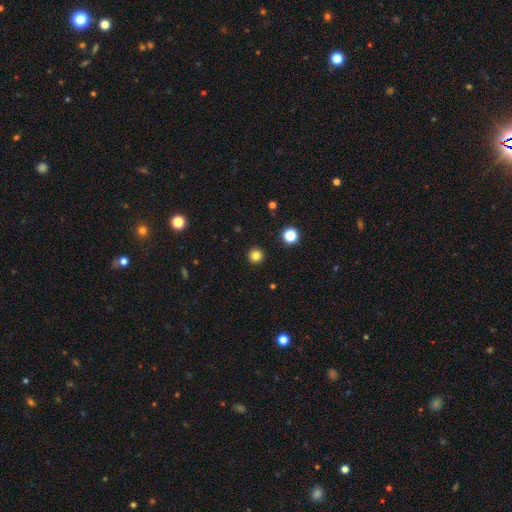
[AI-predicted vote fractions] smooth 83%, star or artifact 13%, featured or disk 4%. Down the decision tree: how rounded — round (96%); merging — none (93%).